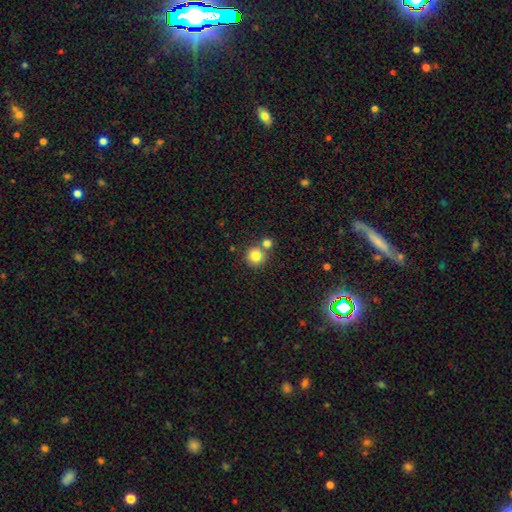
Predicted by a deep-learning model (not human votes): A smooth galaxy with no disk features (82%) that is round (93%). Merging: none (64%).